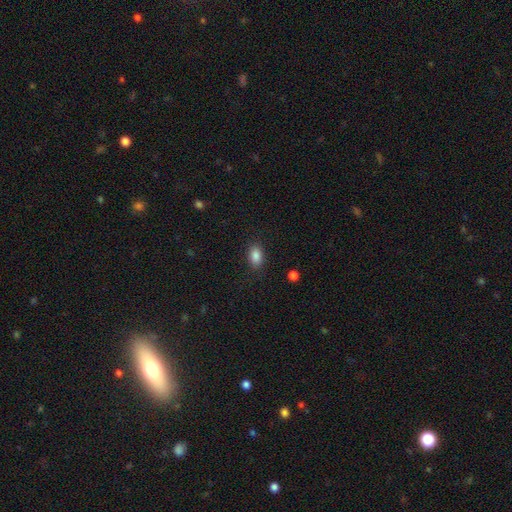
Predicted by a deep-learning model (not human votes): Smooth or featured? Predicted: smooth (p=0.86). How rounded? Predicted: in between (p=0.87). Merging? Predicted: none (p=0.86).